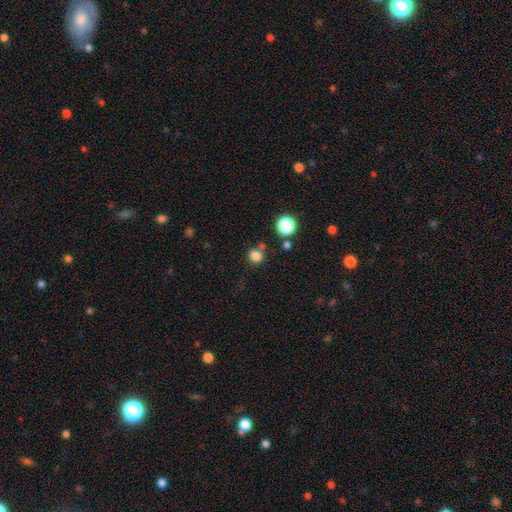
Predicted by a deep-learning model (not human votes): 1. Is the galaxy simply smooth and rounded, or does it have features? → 81% smooth, 15% star or artifact, 5% featured or disk.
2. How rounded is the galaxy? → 87% round, 12% in between, 1% cigar-shaped.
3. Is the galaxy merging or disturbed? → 74% none, 12% merger, 11% minor disturbance, 4% major disturbance.